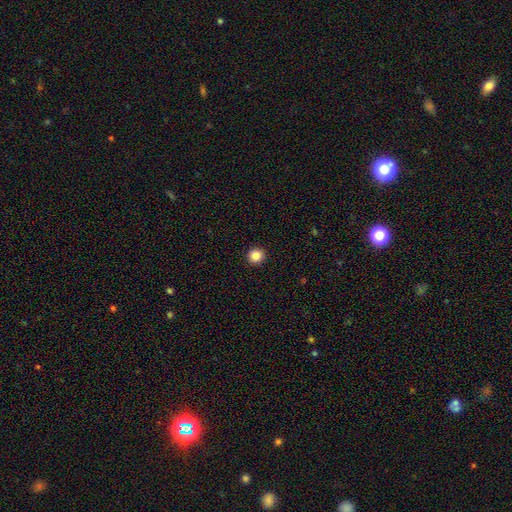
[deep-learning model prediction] smooth 86%, star or artifact 11%, featured or disk 3%. Down the decision tree: how rounded — round (95%); merging — none (94%).